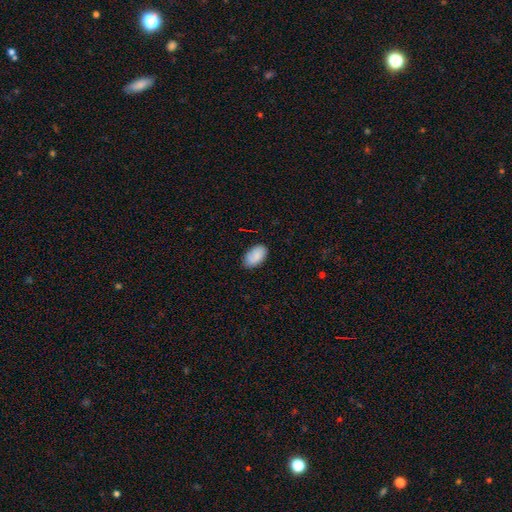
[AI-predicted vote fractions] Smooth or featured? smooth (85%)
How rounded? in between (94%)
Merging? none (78%)